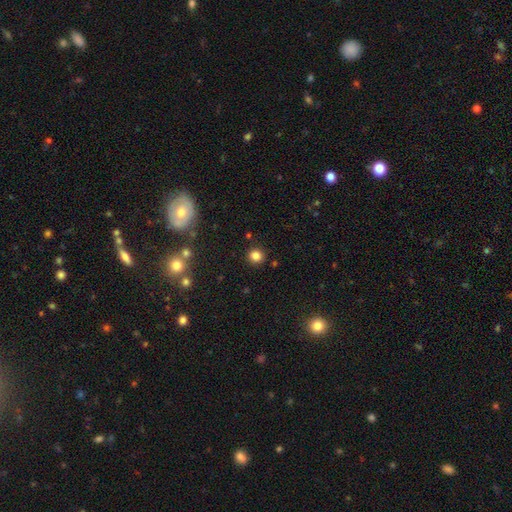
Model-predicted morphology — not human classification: This appears to be a smooth galaxy with no disk features (82%) that is round (90%). Merging: none (90%).